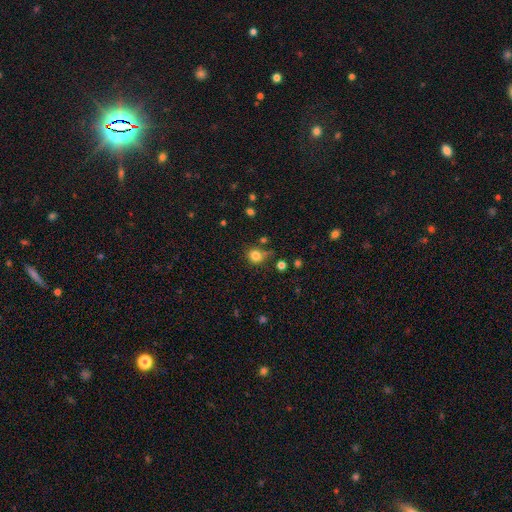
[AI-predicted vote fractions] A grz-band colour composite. It shows a smooth galaxy with no disk features (81%) that is round (85%). Merging: none (70%).